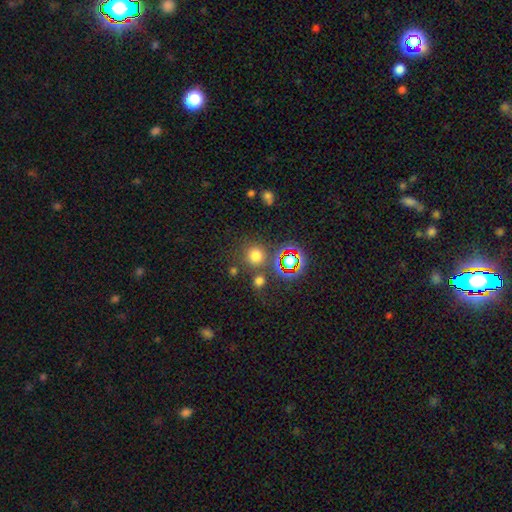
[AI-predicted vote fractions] Smooth or featured? smooth (69%)
How rounded? round (91%)
Merging? none (75%)